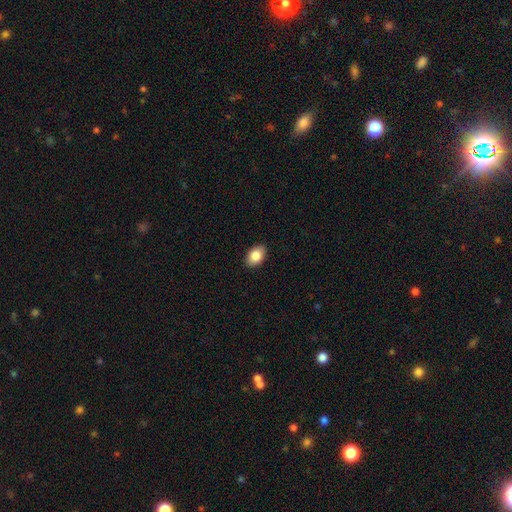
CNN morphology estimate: This is clearly a smooth galaxy (85%). How rounded: clearly in between (86%). Merging: clearly none (90%).